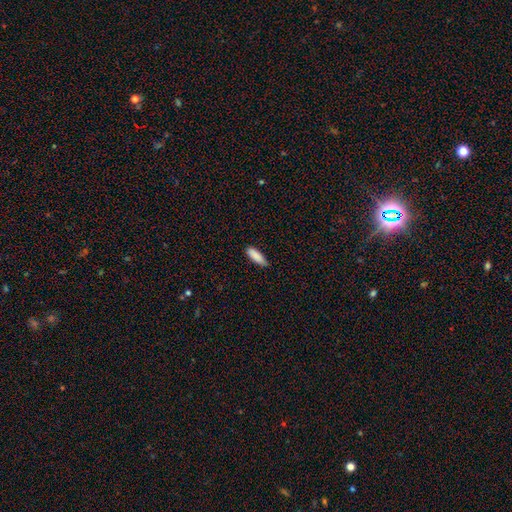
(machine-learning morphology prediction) This appears to be a smooth galaxy with no disk features (88%) that is in between round and cigar-shaped (51%). Merging: none (82%).